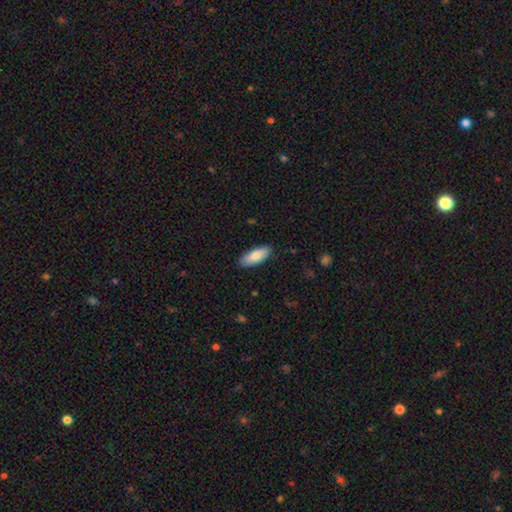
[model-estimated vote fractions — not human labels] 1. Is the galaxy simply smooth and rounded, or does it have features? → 82% smooth, 12% featured or disk, 6% star or artifact.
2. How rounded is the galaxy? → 78% in between, 20% cigar-shaped, 2% round.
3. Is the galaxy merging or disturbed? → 87% none, 10% minor disturbance, 2% major disturbance, 1% merger.